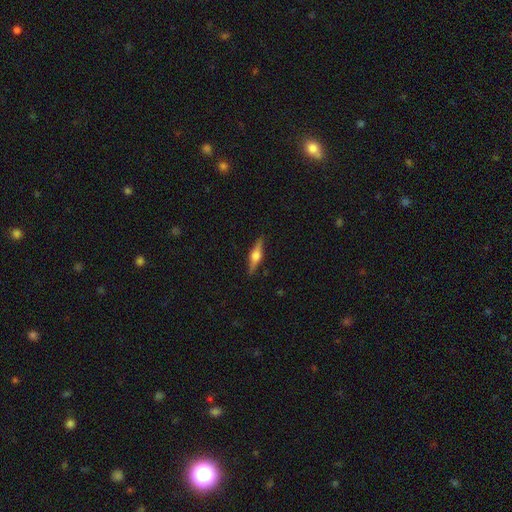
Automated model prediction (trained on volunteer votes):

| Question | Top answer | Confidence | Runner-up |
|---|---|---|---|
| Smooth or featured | featured or disk | 70% | smooth (24%) |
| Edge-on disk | yes | 97% | no (3%) |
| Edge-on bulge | rounded | 93% | boxy (5%) |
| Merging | none | 90% | minor disturbance (8%) |